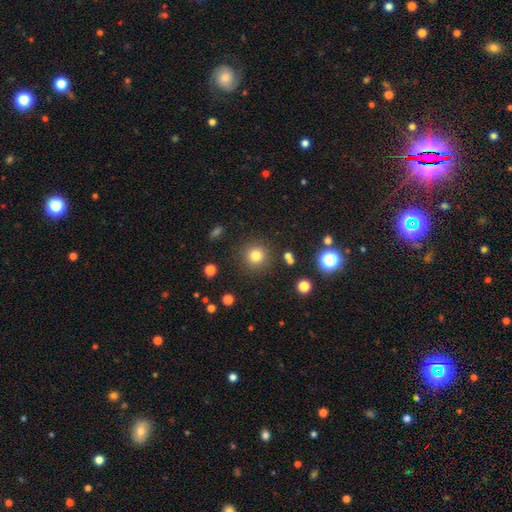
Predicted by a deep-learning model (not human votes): Q: Smooth or featured?
A: smooth (80%); runner-up: star or artifact (14%)
Q: How rounded?
A: round (95%); runner-up: in between (4%)
Q: Merging?
A: none (88%); runner-up: minor disturbance (7%)